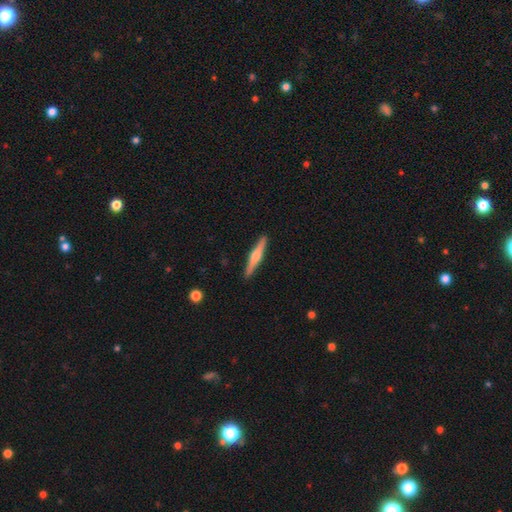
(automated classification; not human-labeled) This is possibly a featured or disk galaxy (60%). It is clearly viewed edge-on (98%). Edge-on bulge: clearly rounded (87%). Merging: clearly none (92%).